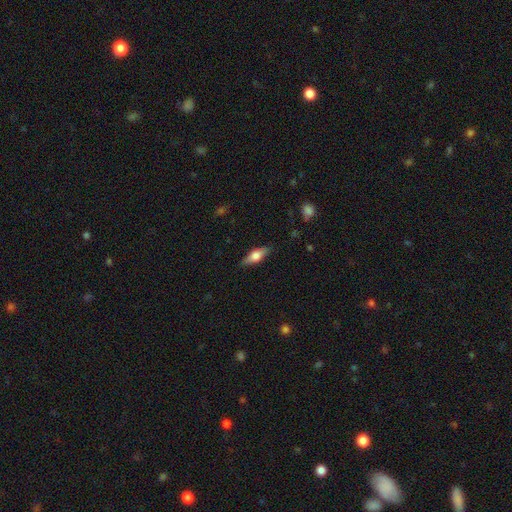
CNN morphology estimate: smooth 52%, featured or disk 41%, star or artifact 6%. Down the decision tree: how rounded — in between (61%); merging — none (85%).